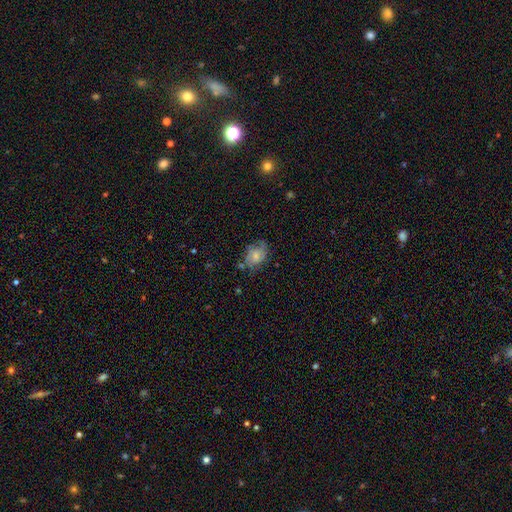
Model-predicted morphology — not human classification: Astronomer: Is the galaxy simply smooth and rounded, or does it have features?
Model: smooth — 55% (runner-up: featured or disk, 35%).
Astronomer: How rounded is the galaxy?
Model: in between — 74%.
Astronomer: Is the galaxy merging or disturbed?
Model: none — 57%.